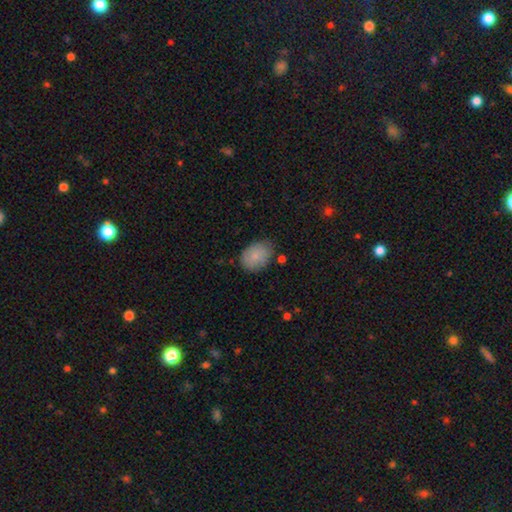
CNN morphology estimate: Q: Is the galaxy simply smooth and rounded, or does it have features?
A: smooth — 84%.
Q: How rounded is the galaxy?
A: in between — 77%.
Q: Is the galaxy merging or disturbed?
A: none — 74%.